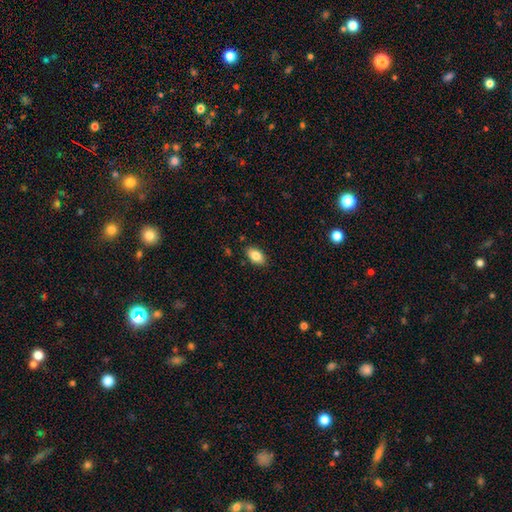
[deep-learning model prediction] smooth-or-featured: smooth: 83% | featured or disk: 9% | star or artifact: 8%
  how-rounded: in between: 92% | round: 6% | cigar-shaped: 2%
  merging: none: 87% | minor disturbance: 10% | major disturbance: 2% | merger: 1%